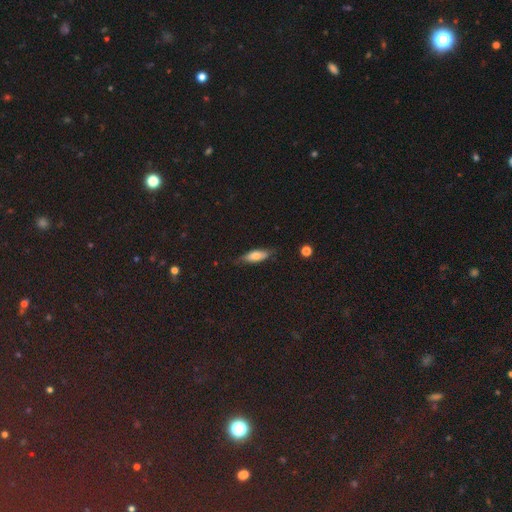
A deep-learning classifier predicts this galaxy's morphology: Smooth or featured: smooth — 63% (featured or disk — 27%)
How rounded: in between — 58% (cigar-shaped — 39%)
Merging: none — 76% (minor disturbance — 18%)